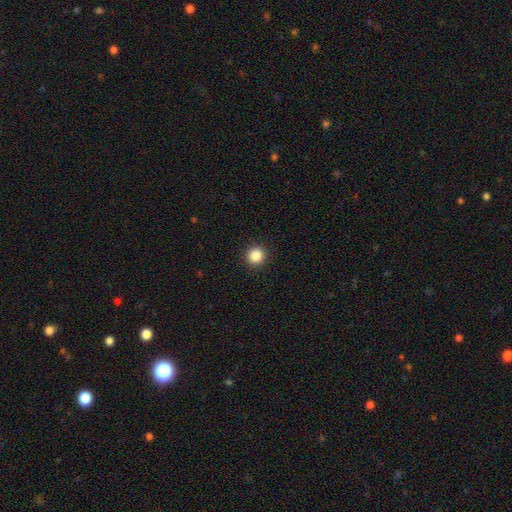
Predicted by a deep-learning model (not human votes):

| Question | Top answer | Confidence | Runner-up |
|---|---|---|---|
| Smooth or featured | smooth | 85% | star or artifact (11%) |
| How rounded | round | 95% | in between (4%) |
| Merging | none | 93% | minor disturbance (4%) |